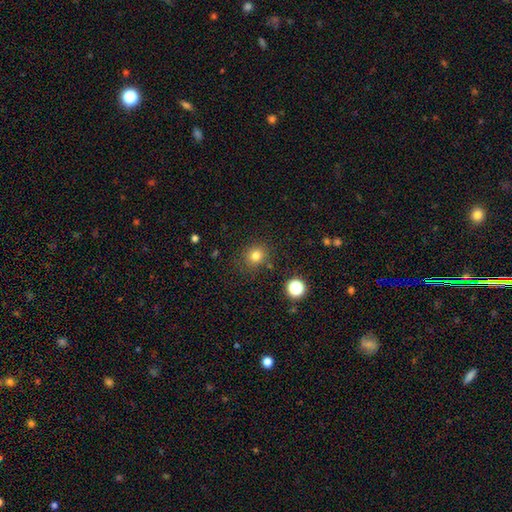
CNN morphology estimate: A smooth galaxy with no disk features (79%) that is round (82%).

Vote fractions:
- Smooth or featured? smooth: 79% / star or artifact: 15% / featured or disk: 6%
- How rounded? round: 82% / in between: 17% / cigar-shaped: 1%
- Merging? none: 84% / minor disturbance: 10% / major disturbance: 3% / merger: 3%